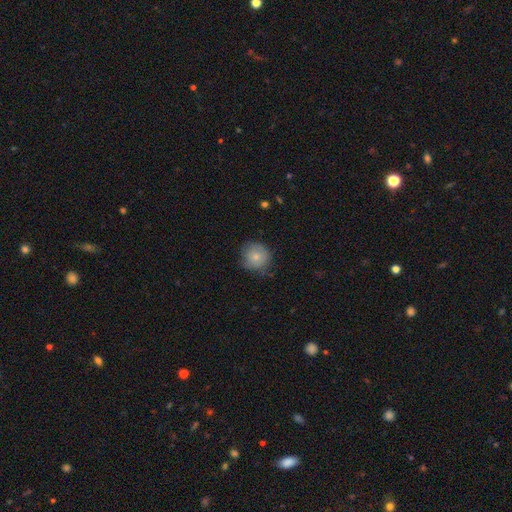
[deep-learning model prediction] This appears to be a smooth galaxy with no disk features (79%) that is round (91%). Merging: none (72%).